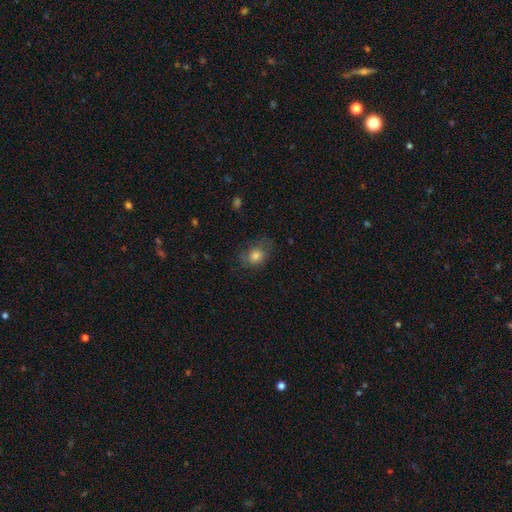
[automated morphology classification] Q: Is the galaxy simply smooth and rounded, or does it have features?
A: smooth — 77%.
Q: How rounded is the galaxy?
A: in between — 50%.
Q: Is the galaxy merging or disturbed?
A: none — 62%.